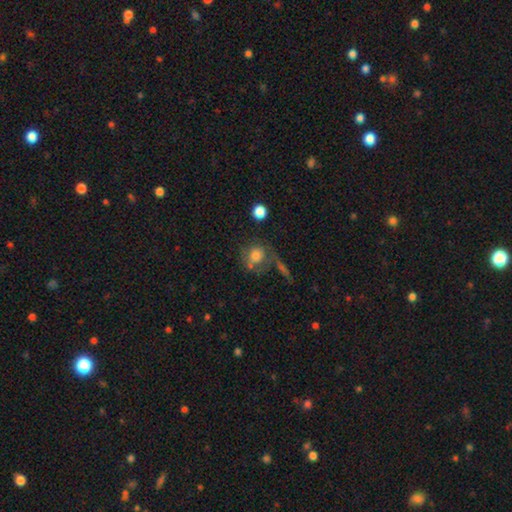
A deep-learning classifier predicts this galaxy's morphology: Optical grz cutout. It shows a smooth galaxy with no disk features (66%) that is round (80%). Merging: none (50%).